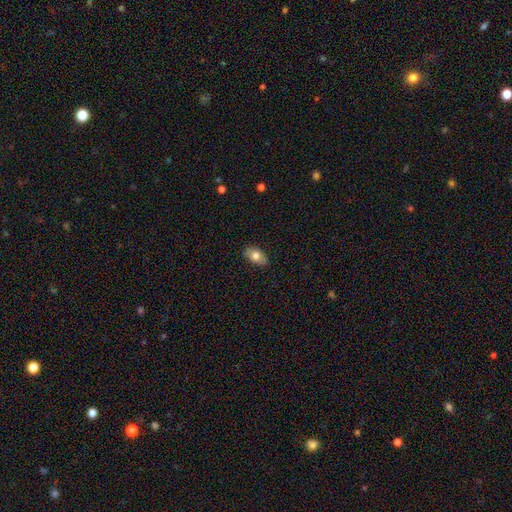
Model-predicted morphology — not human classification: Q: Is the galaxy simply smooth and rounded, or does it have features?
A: smooth — 76%.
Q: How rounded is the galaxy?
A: in between — 90%.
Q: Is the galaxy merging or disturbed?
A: none — 86%.